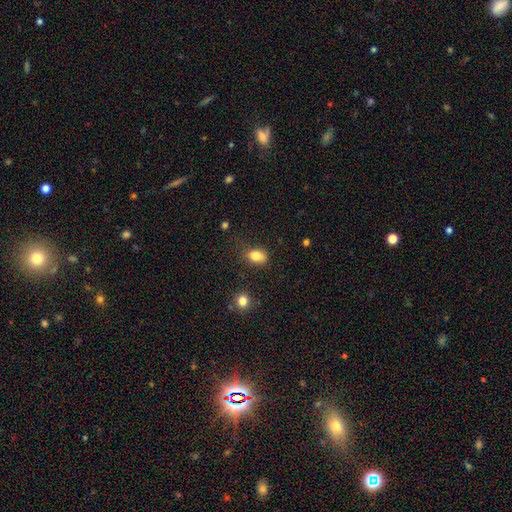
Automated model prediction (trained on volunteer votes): Smooth or featured? Predicted: smooth (p=0.83). How rounded? Predicted: in between (p=0.81). Merging? Predicted: none (p=0.67).